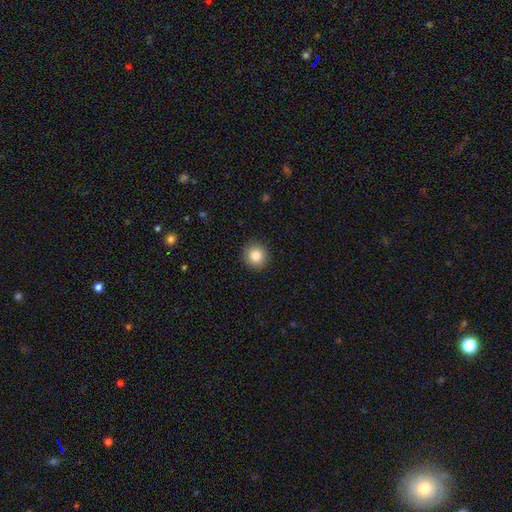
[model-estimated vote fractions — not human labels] A smooth galaxy with no disk features (84%) that is round (93%). Merging: none (92%).